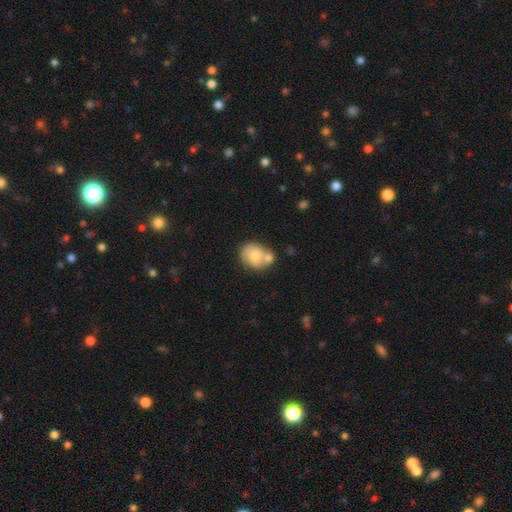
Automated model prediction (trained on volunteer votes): Smooth or featured?
  - smooth: 59% *
  - featured or disk: 34%
  - star or artifact: 7%
How rounded?
  - round: 62% *
  - in between: 37%
  - cigar-shaped: 1%
Merging?
  - merger: 44% *
  - none: 36%
  - minor disturbance: 15%
  - major disturbance: 5%